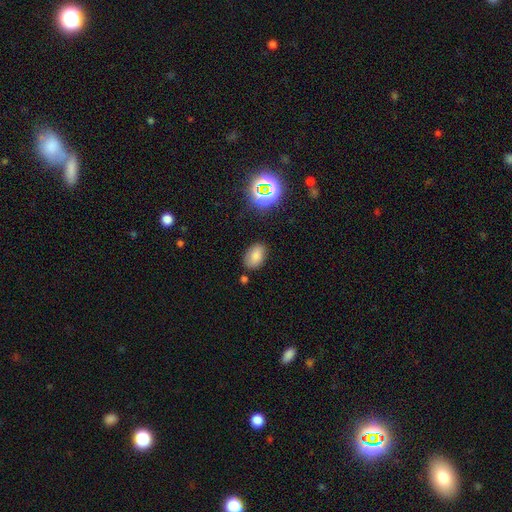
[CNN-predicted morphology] type=smooth (78%); roundness=in between (88%); merging=none (79%).